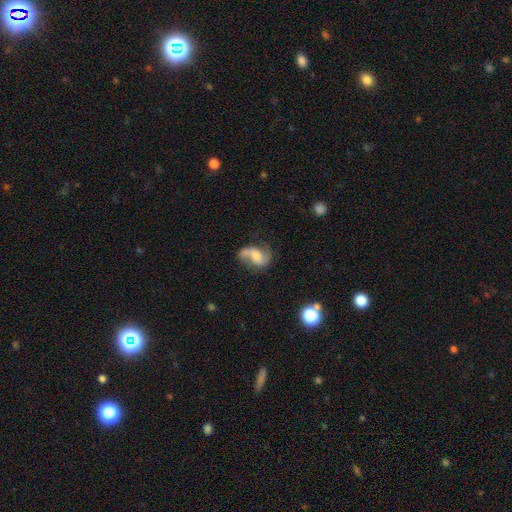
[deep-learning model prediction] A featured or disk galaxy (70%) with a weak bar (44%), 2 (84%) loose (59%) spiral arms (92%) and a moderate central bulge (36%). Merging: none (57%).